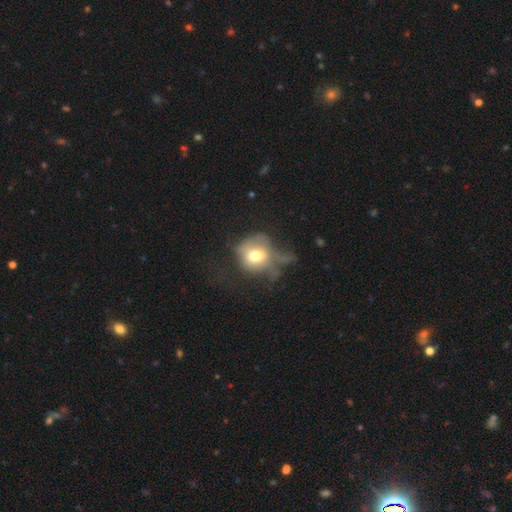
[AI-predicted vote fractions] The model was most divided on "merging": major disturbance: 42%, none: 28%, minor disturbance: 24%, merger: 6%. More confident: how rounded — round (74%); smooth or featured — smooth (64%).